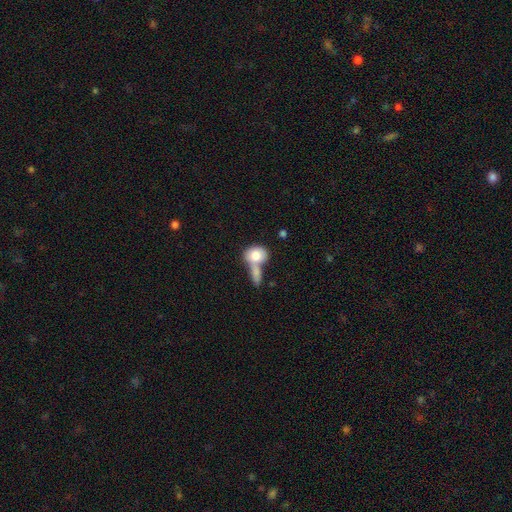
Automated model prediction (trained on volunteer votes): Smooth or featured: smooth — 78% (featured or disk — 15%)
How rounded: in between — 55% (round — 42%)
Merging: merger — 61% (none — 23%)